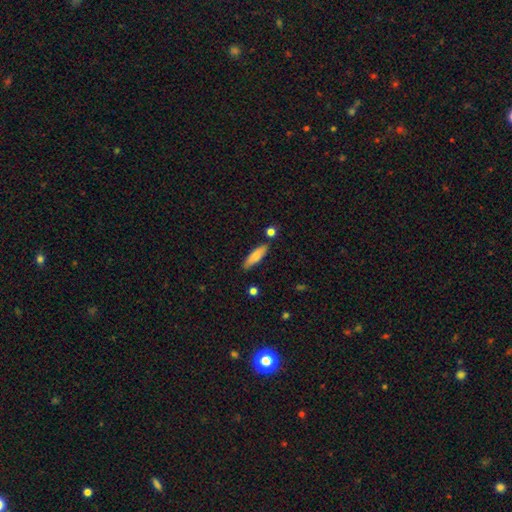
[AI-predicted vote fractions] Smooth or featured? smooth (76%)
How rounded? cigar-shaped (56%)
Merging? none (81%)